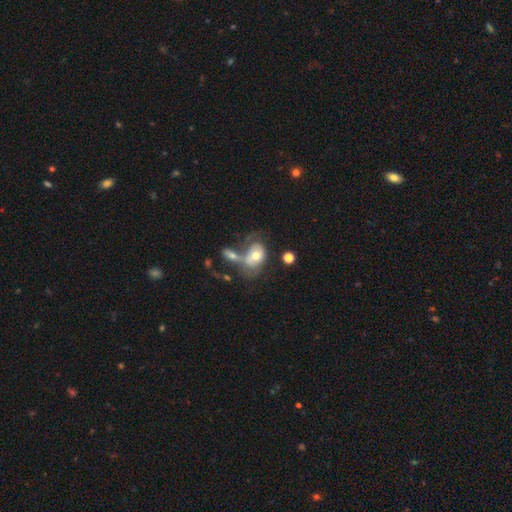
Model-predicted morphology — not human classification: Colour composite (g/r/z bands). It shows a smooth galaxy with no disk features (54%) that is in between round and cigar-shaped (77%). Merging: merger (49%).